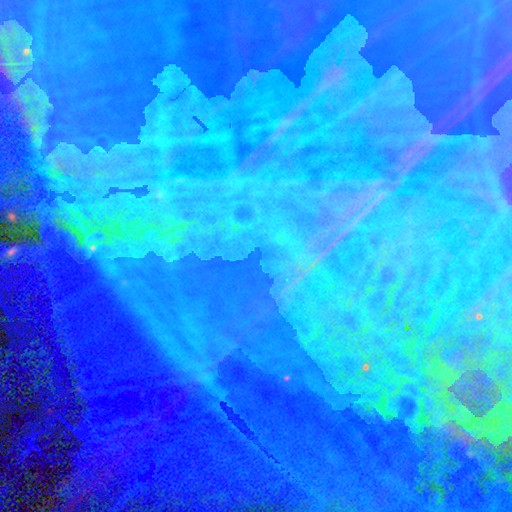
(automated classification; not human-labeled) Overall: star or artifact (83%).